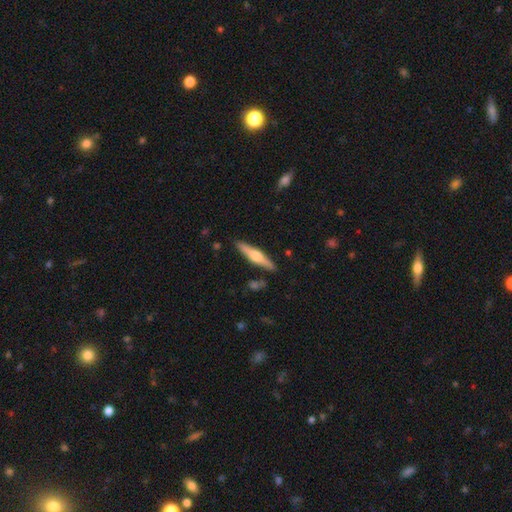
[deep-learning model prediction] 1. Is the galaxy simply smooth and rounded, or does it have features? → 62% featured or disk, 33% smooth, 5% star or artifact.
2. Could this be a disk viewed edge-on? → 97% yes, 3% no.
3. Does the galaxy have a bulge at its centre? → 92% rounded, 5% boxy, 3% none.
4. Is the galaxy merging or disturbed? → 89% none, 8% minor disturbance, 2% merger, 2% major disturbance.